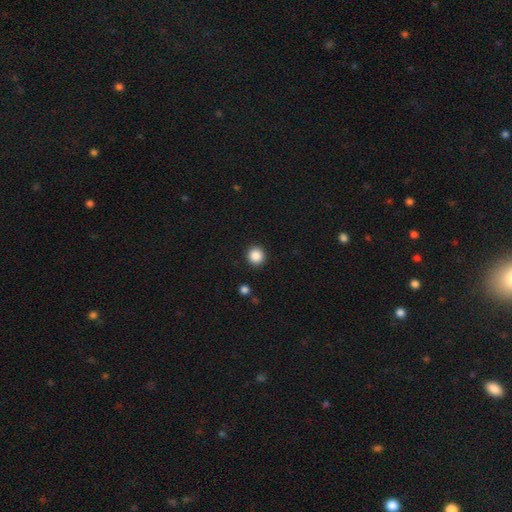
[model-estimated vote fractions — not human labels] A smooth galaxy with no disk features (87%) that is round (94%). Merging: none (92%).